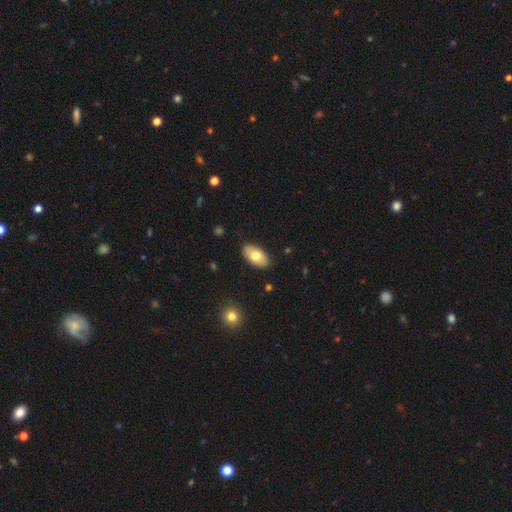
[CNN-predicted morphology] smooth_or_featured: smooth (p=0.72) [alt: featured or disk p=0.22]
how_rounded: in between (p=0.94) [alt: round p=0.04]
merging: none (p=0.88) [alt: minor disturbance p=0.09]